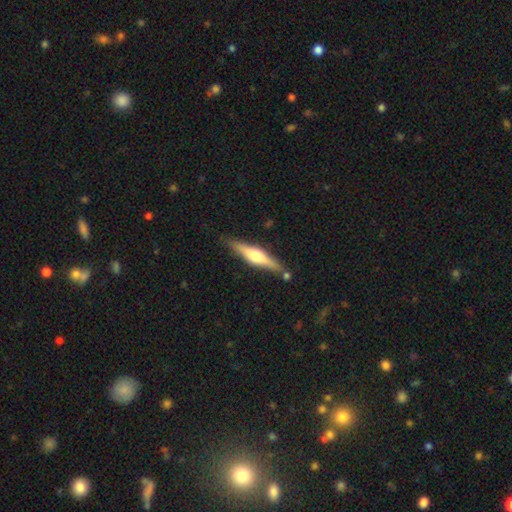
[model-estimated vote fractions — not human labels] Smooth or featured? Predicted: featured or disk (p=0.63). Edge-on disk? Predicted: yes (p=0.96). Edge-on bulge? Predicted: rounded (p=0.89). Merging? Predicted: none (p=0.81).